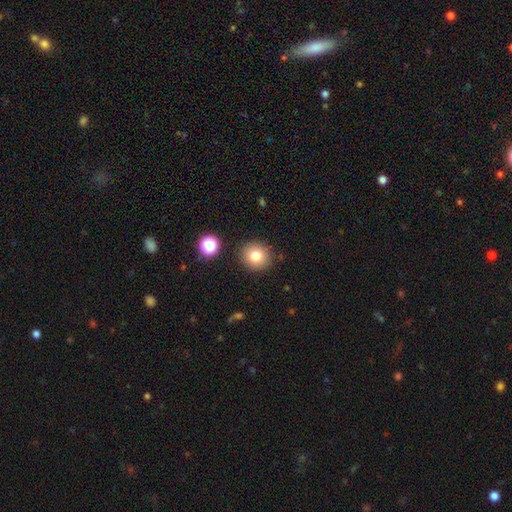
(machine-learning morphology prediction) A smooth galaxy with no disk features (79%) that is round (91%). Merging: none (88%).